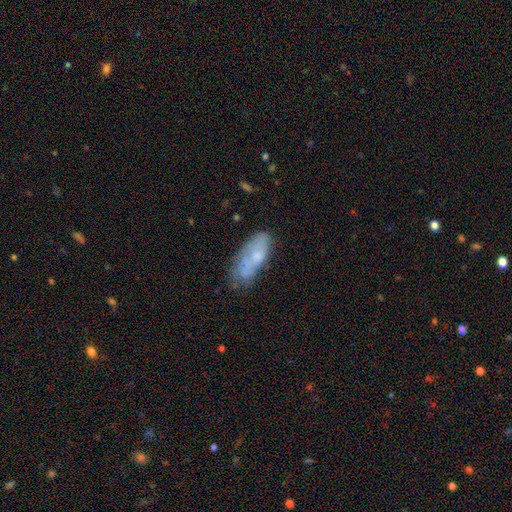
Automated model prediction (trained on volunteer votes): smooth 53%, featured or disk 39%, star or artifact 8%. Down the decision tree: how rounded — in between (76%); merging — none (54%).